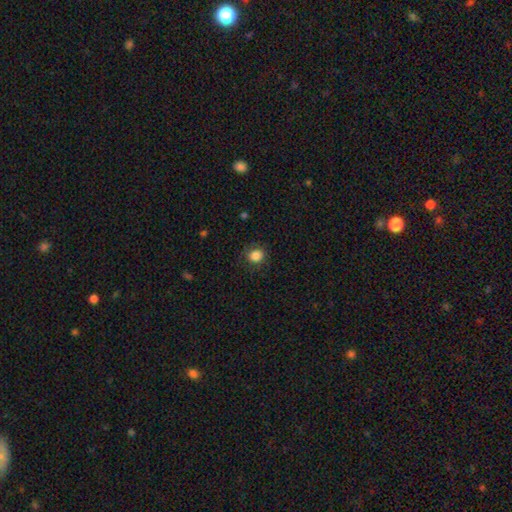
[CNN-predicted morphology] smooth-or-featured: smooth: 85% | star or artifact: 11% | featured or disk: 4%
  how-rounded: round: 80% | in between: 19% | cigar-shaped: 1%
  merging: none: 84% | minor disturbance: 11% | major disturbance: 4% | merger: 1%